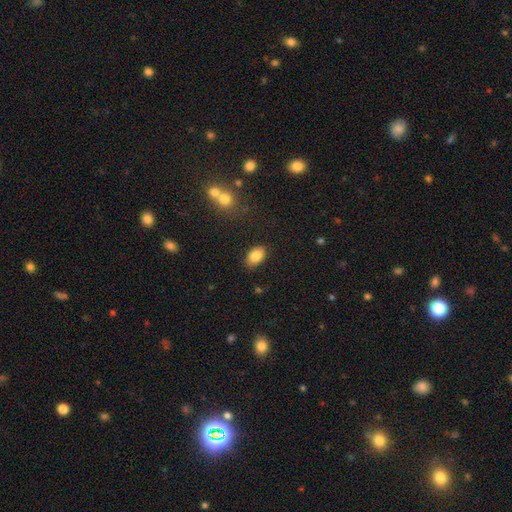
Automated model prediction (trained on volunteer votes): This appears to be a smooth galaxy with no disk features (84%) that is in between round and cigar-shaped (89%). Merging: none (84%).